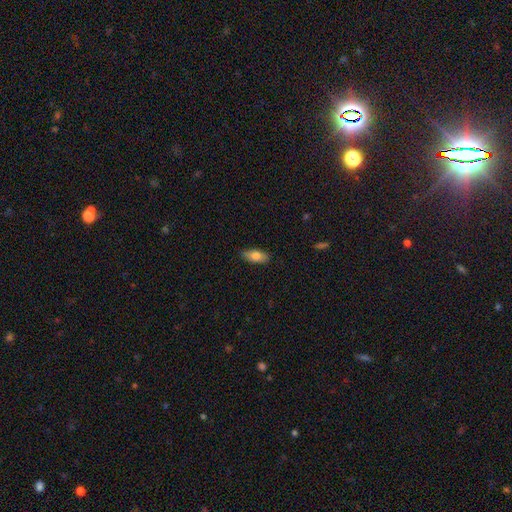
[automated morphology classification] A smooth galaxy with no disk features (79%) that is in between round and cigar-shaped (82%). Merging: none (84%).